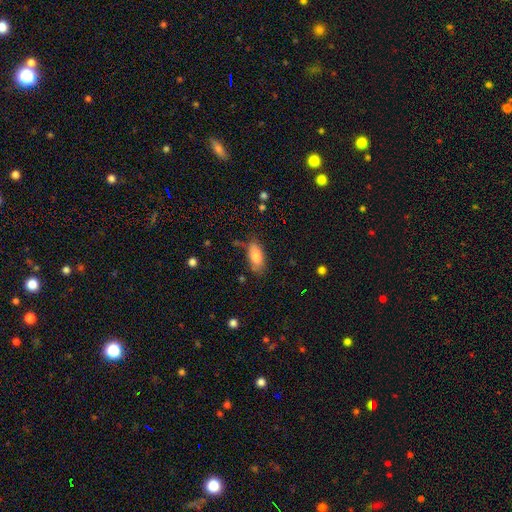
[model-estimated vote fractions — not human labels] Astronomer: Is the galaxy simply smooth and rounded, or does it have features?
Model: smooth — 82%.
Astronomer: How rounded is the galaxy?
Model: in between — 89%.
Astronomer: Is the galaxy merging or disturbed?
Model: none — 70%.